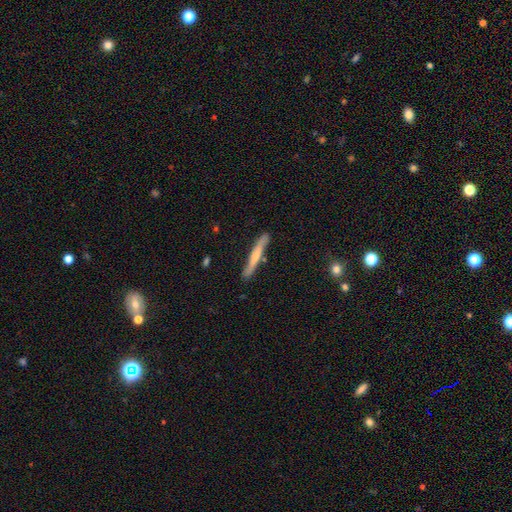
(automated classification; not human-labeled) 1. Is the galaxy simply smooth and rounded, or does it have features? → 52% smooth, 43% featured or disk, 5% star or artifact.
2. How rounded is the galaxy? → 95% cigar-shaped, 3% in between, 1% round.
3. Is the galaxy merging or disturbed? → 82% none, 13% minor disturbance, 3% merger, 2% major disturbance.